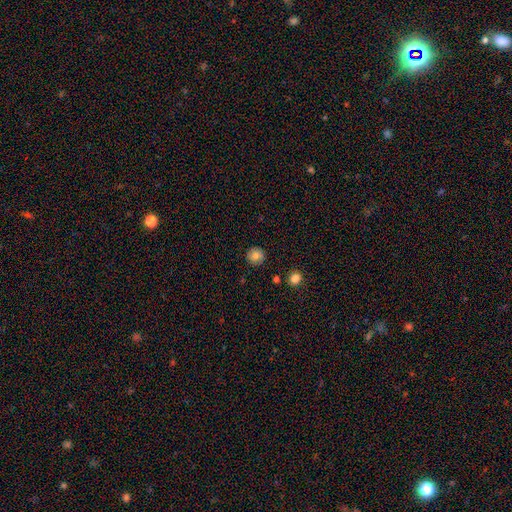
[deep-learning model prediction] Overall: smooth (81%). How rounded: round (94%). Merging: none (90%).